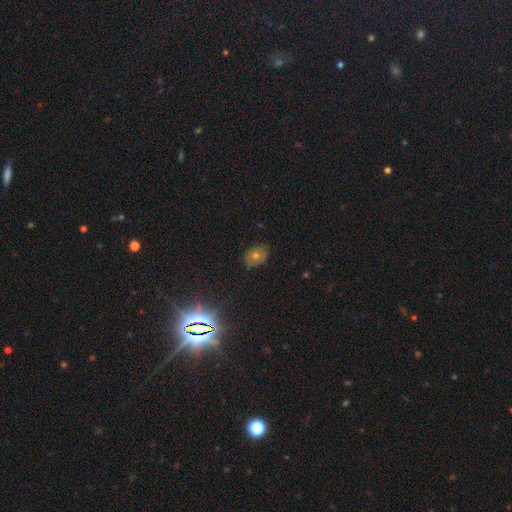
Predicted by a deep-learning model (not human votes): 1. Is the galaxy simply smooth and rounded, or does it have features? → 44% smooth, 34% star or artifact, 21% featured or disk.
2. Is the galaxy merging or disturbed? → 76% none, 18% minor disturbance, 5% major disturbance, 1% merger.